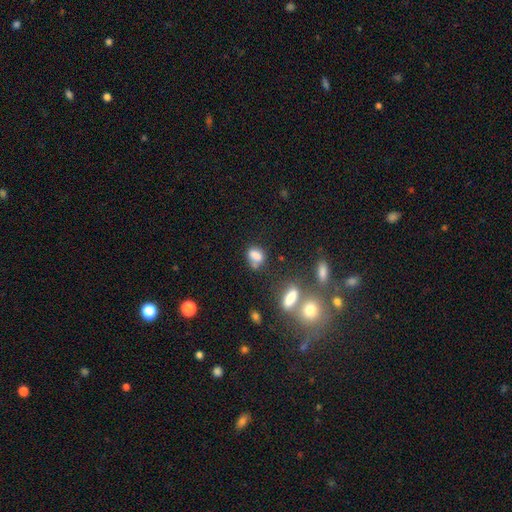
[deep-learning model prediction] Smooth or featured?
  - smooth: 75% *
  - featured or disk: 13%
  - star or artifact: 12%
How rounded?
  - in between: 72% *
  - round: 24%
  - cigar-shaped: 4%
Merging?
  - none: 39% *
  - merger: 29%
  - minor disturbance: 21%
  - major disturbance: 11%